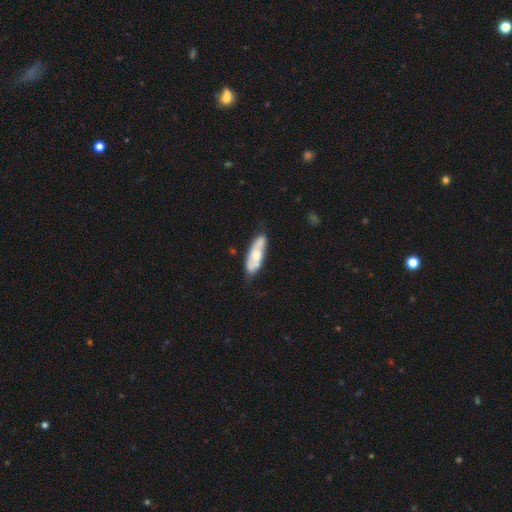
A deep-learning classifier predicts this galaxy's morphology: smooth 50%, featured or disk 44%, star or artifact 6%. Down the decision tree: how rounded — in between (57%); merging — none (61%).